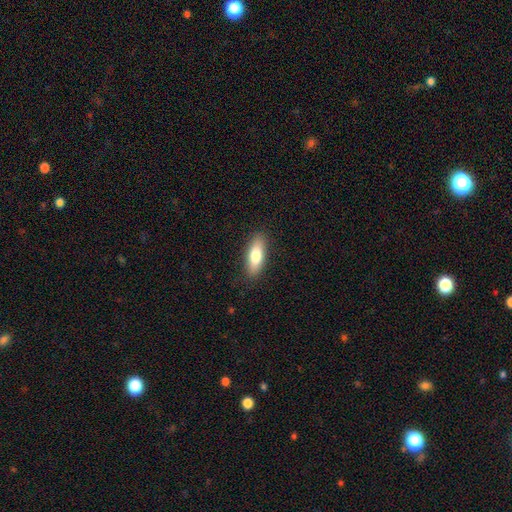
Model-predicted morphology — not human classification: smooth-or-featured: smooth: 77% | featured or disk: 17% | star or artifact: 6%
  how-rounded: in between: 61% | cigar-shaped: 36% | round: 2%
  merging: none: 87% | minor disturbance: 10% | major disturbance: 2% | merger: 1%